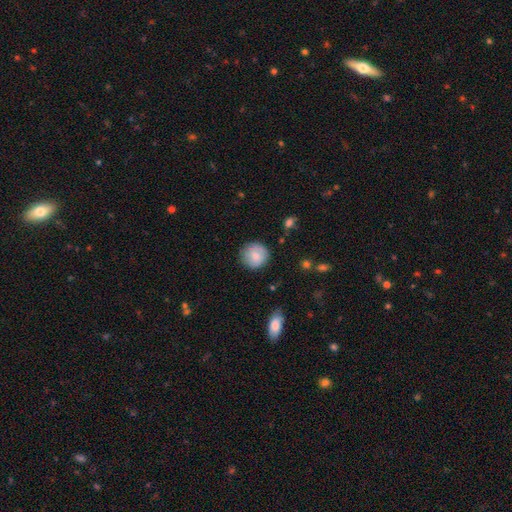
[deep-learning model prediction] smooth-or-featured: smooth: 80% | featured or disk: 13% | star or artifact: 7%
  how-rounded: round: 92% | in between: 7% | cigar-shaped: 1%
  merging: none: 84% | minor disturbance: 12% | major disturbance: 3% | merger: 1%